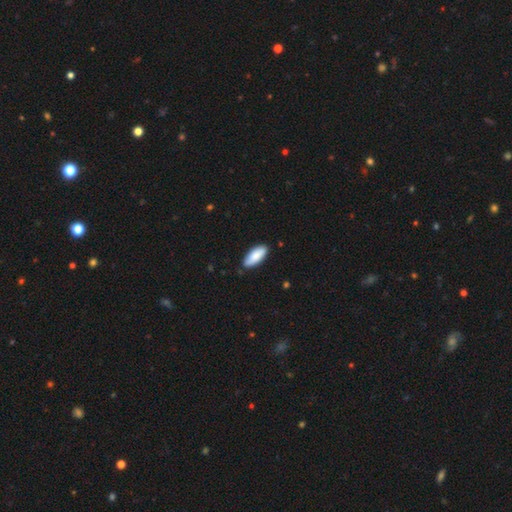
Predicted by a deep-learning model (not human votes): This appears to be a smooth galaxy with no disk features (86%) that is in between round and cigar-shaped (80%). Merging: none (86%).